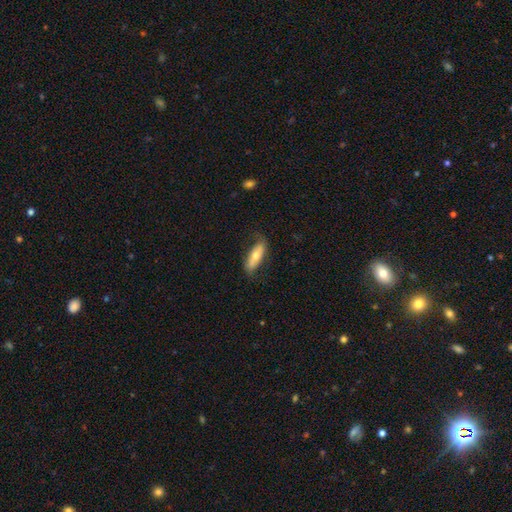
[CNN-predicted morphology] Smooth or featured: smooth — 59% (featured or disk — 36%)
How rounded: in between — 61% (cigar-shaped — 36%)
Merging: none — 72% (minor disturbance — 21%)